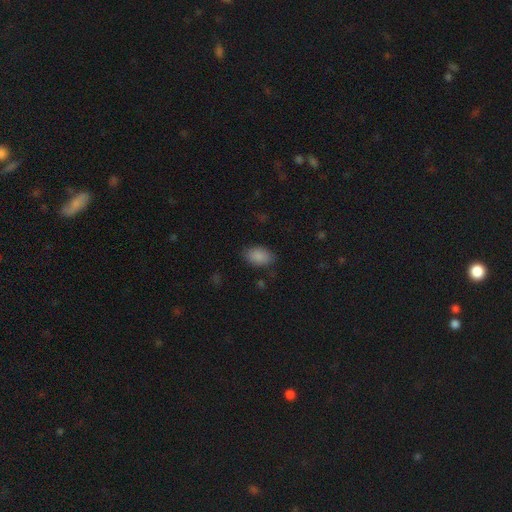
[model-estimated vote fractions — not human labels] Smooth or featured: smooth — 88% (star or artifact — 8%)
How rounded: in between — 91% (round — 8%)
Merging: none — 83% (minor disturbance — 12%)